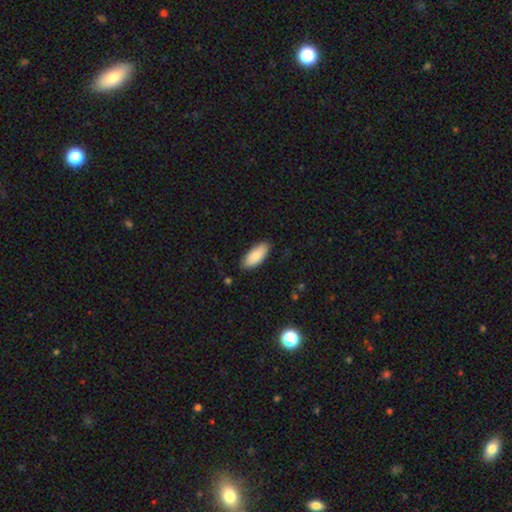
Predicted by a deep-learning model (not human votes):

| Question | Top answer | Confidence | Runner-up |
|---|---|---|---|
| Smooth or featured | smooth | 86% | featured or disk (9%) |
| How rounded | in between | 87% | cigar-shaped (11%) |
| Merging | none | 85% | minor disturbance (12%) |